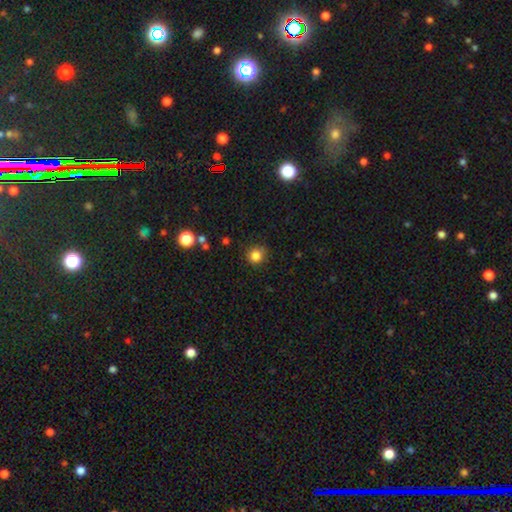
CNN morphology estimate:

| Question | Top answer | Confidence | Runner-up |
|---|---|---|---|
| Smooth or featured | smooth | 83% | star or artifact (12%) |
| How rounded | round | 90% | in between (9%) |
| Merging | none | 86% | minor disturbance (10%) |